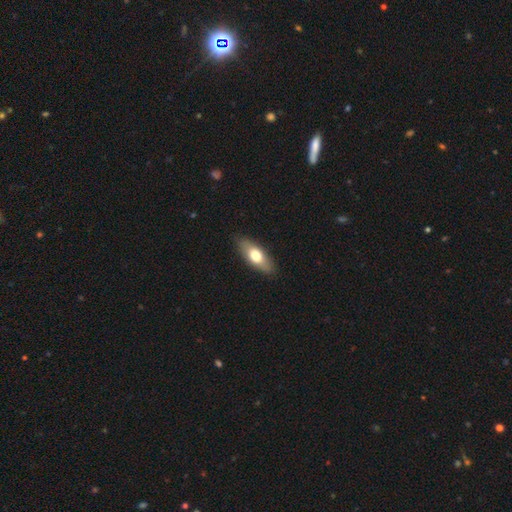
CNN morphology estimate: Smooth or featured: smooth — 66% (featured or disk — 29%)
How rounded: in between — 76% (cigar-shaped — 21%)
Merging: none — 87% (minor disturbance — 10%)